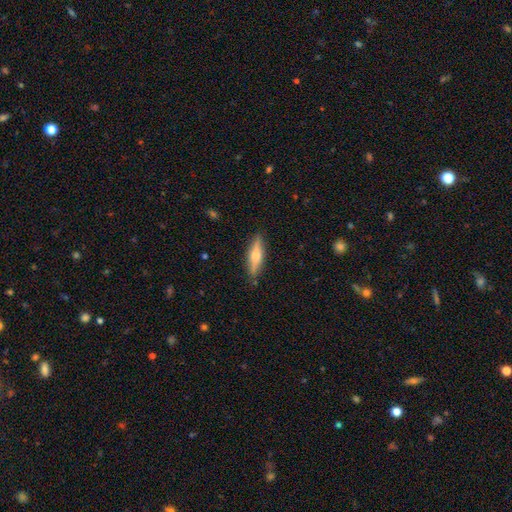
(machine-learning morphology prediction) type=smooth (51%); roundness=cigar-shaped (68%); merging=none (86%).